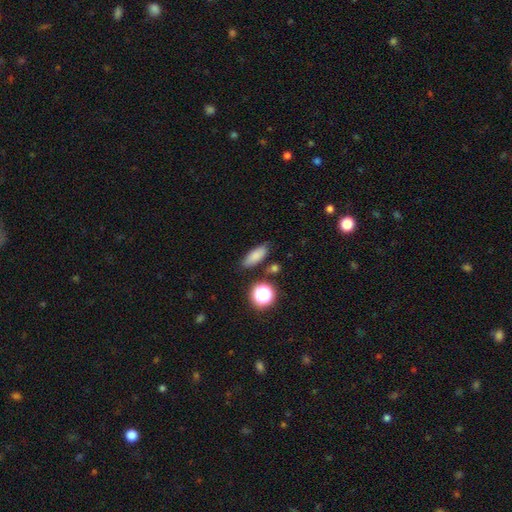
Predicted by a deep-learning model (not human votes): Smooth or featured: smooth — 81% (star or artifact — 12%)
How rounded: in between — 71% (cigar-shaped — 20%)
Merging: none — 80% (minor disturbance — 12%)